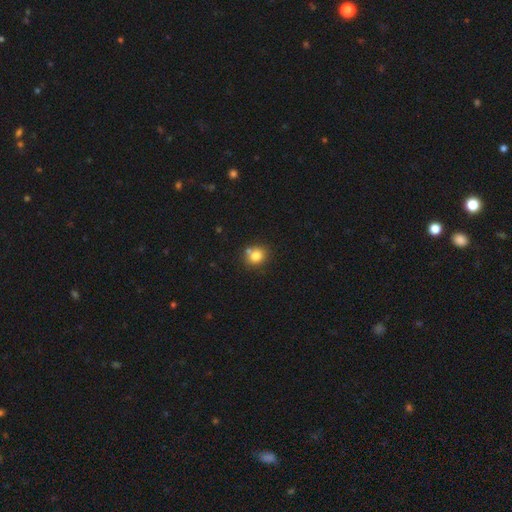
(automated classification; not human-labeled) smooth 79%, star or artifact 11%, featured or disk 10%. Down the decision tree: how rounded — round (79%); merging — none (68%).